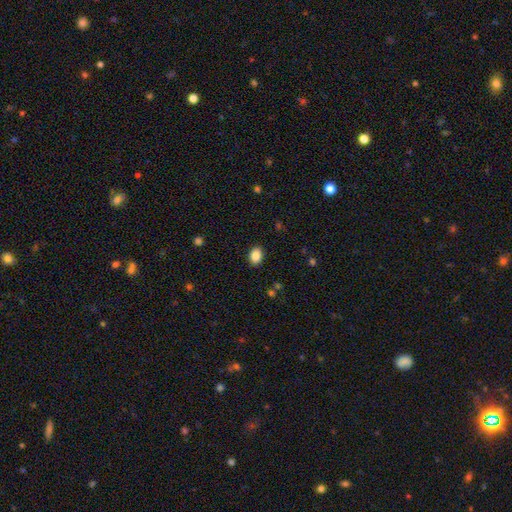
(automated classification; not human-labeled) smooth-or-featured: smooth: 87% | star or artifact: 8% | featured or disk: 5%
  how-rounded: in between: 72% | round: 27% | cigar-shaped: 1%
  merging: none: 89% | minor disturbance: 8% | major disturbance: 2% | merger: 1%